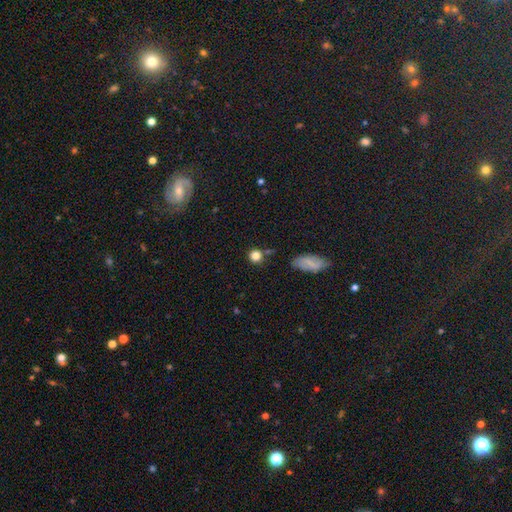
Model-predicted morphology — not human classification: A smooth galaxy with no disk features (81%) that is round (89%).

Vote fractions:
- Smooth or featured? smooth: 81% / star or artifact: 11% / featured or disk: 7%
- How rounded? round: 89% / in between: 9% / cigar-shaped: 1%
- Merging? none: 75% / minor disturbance: 12% / merger: 9% / major disturbance: 4%